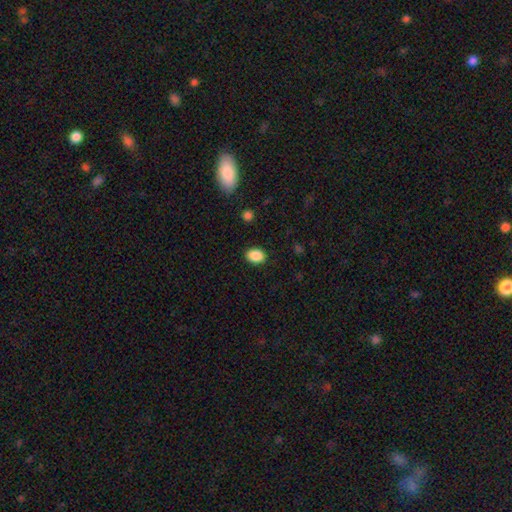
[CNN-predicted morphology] Overall: smooth (89%). How rounded: in between (74%). Merging: none (89%).